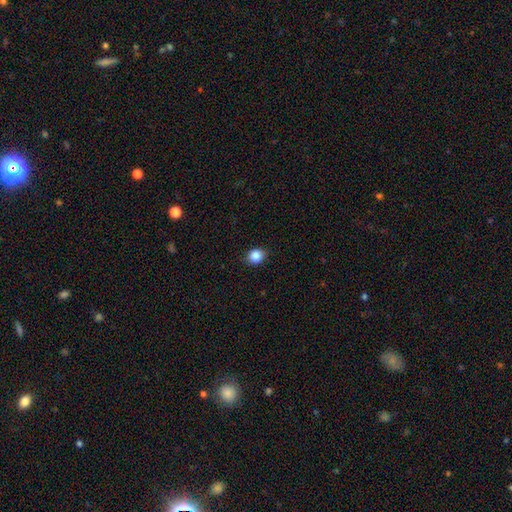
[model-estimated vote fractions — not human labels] Q: Smooth or featured?
A: smooth (86%); runner-up: star or artifact (10%)
Q: How rounded?
A: round (75%); runner-up: in between (25%)
Q: Merging?
A: none (87%); runner-up: minor disturbance (10%)